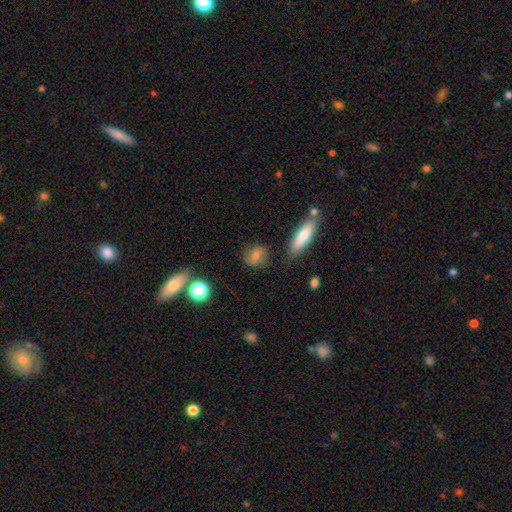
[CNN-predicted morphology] smooth-or-featured: smooth: 71% | featured or disk: 19% | star or artifact: 11%
  how-rounded: round: 59% | in between: 36% | cigar-shaped: 5%
  merging: none: 77% | minor disturbance: 15% | major disturbance: 4% | merger: 4%